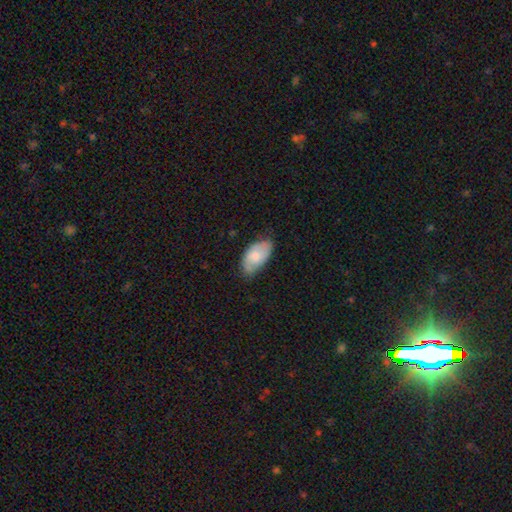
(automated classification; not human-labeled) smooth 63%, featured or disk 31%, star or artifact 6%. Down the decision tree: how rounded — in between (94%); merging — none (61%).